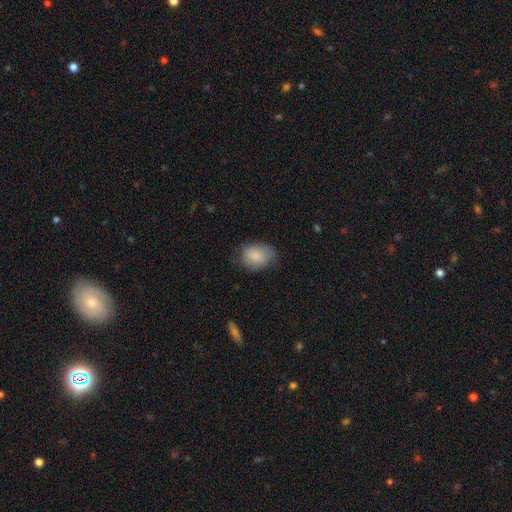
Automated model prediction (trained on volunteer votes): A smooth galaxy with no disk features (84%) that is in between round and cigar-shaped (66%).

Vote fractions:
- Smooth or featured? smooth: 84% / featured or disk: 9% / star or artifact: 7%
- How rounded? in between: 66% / round: 33% / cigar-shaped: 1%
- Merging? none: 63% / minor disturbance: 28% / major disturbance: 8% / merger: 1%